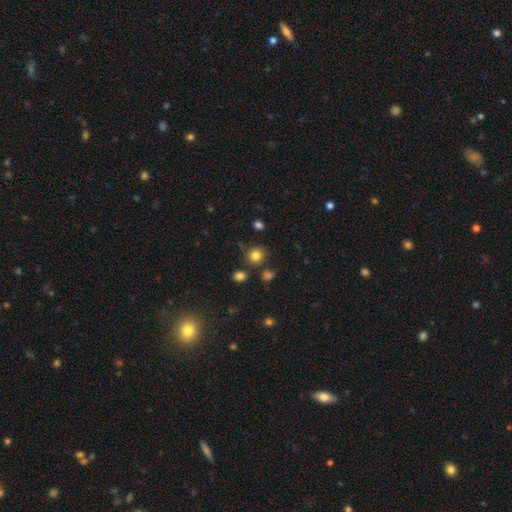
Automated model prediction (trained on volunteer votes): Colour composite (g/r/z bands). It shows a smooth galaxy with no disk features (82%) that is round (89%). Merging: none (80%).